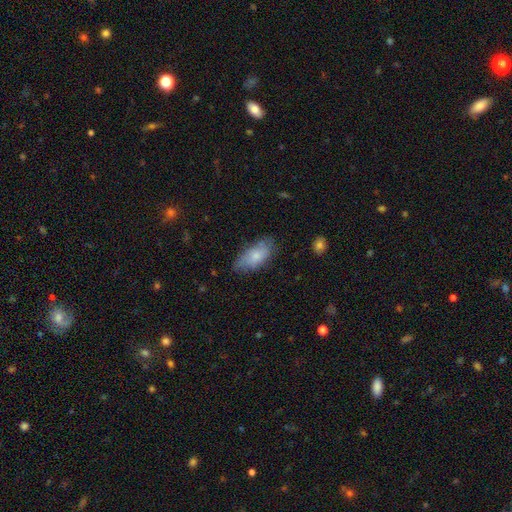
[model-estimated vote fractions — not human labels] smooth-or-featured: smooth: 72% | featured or disk: 22% | star or artifact: 6%
  how-rounded: in between: 89% | cigar-shaped: 8% | round: 3%
  merging: none: 65% | minor disturbance: 27% | major disturbance: 7% | merger: 2%